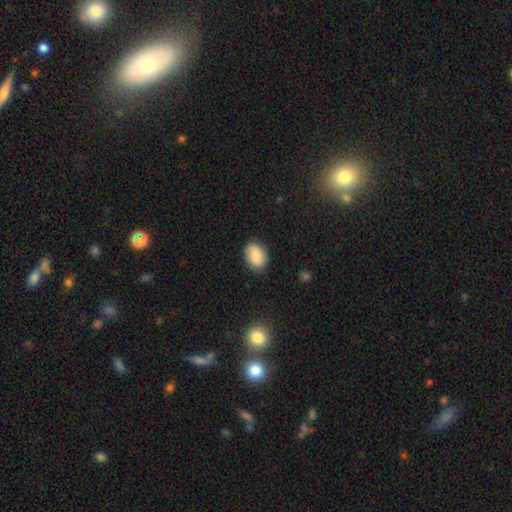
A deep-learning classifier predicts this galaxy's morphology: Smooth or featured: smooth — 79% (featured or disk — 13%)
How rounded: in between — 71% (round — 28%)
Merging: none — 83% (minor disturbance — 13%)